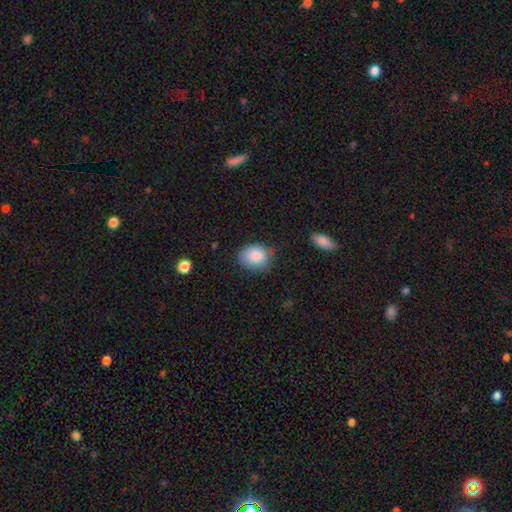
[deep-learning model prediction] The model was most divided on "how rounded": round: 53%, in between: 46%, cigar-shaped: 1%. More confident: smooth or featured — smooth (85%); merging — none (67%).